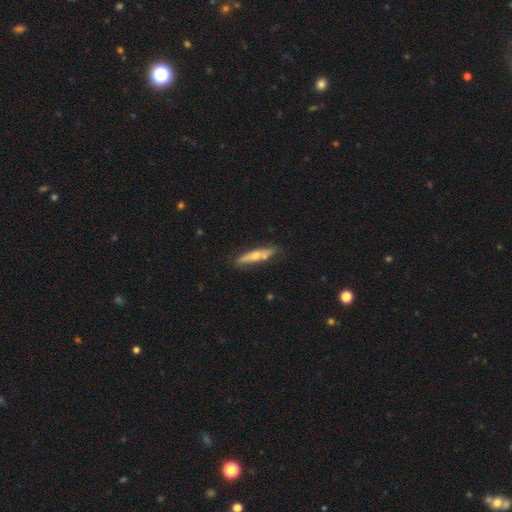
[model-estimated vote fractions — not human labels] A smooth galaxy with no disk features (47%, tied with featured or disk).

Vote fractions:
- Smooth or featured? smooth: 47% (tied) / featured or disk: 47% (tied) / star or artifact: 6%
- Merging? none: 74% / minor disturbance: 15% / merger: 8% / major disturbance: 3%